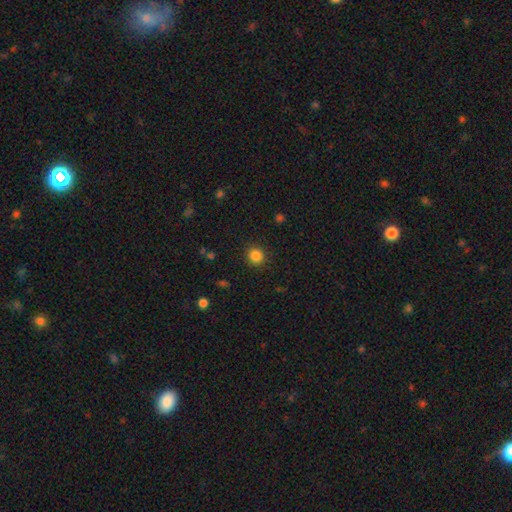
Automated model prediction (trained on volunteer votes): This appears to be a smooth galaxy with no disk features (85%) that is round (87%). Merging: none (89%).